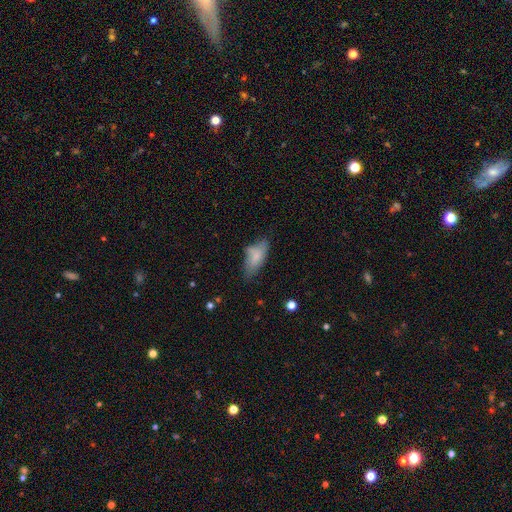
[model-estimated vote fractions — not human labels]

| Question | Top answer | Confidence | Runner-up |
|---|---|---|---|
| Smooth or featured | smooth | 75% | featured or disk (17%) |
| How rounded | in between | 83% | cigar-shaped (14%) |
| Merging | none | 46% | minor disturbance (35%) |